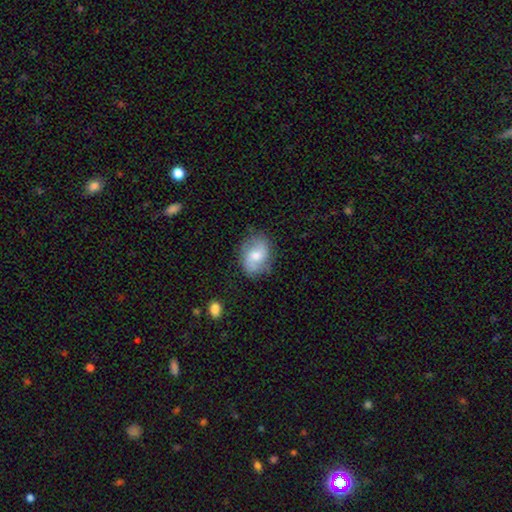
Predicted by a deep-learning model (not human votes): A smooth galaxy with no disk features (50%) that is in between round and cigar-shaped (71%).

Vote fractions:
- Smooth or featured? smooth: 50% / featured or disk: 42% / star or artifact: 8%
- How rounded? in between: 71% / round: 27% / cigar-shaped: 1%
- Merging? none: 68% / minor disturbance: 22% / major disturbance: 7% / merger: 2%